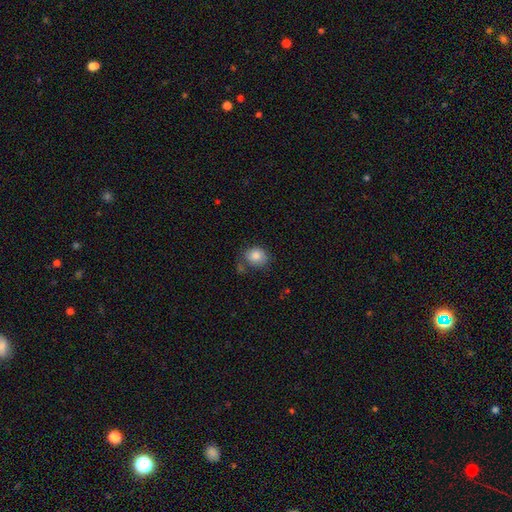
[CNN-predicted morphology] smooth-or-featured: smooth: 84% | star or artifact: 9% | featured or disk: 7%
  how-rounded: round: 67% | in between: 32% | cigar-shaped: 1%
  merging: none: 64% | minor disturbance: 21% | merger: 9% | major disturbance: 7%